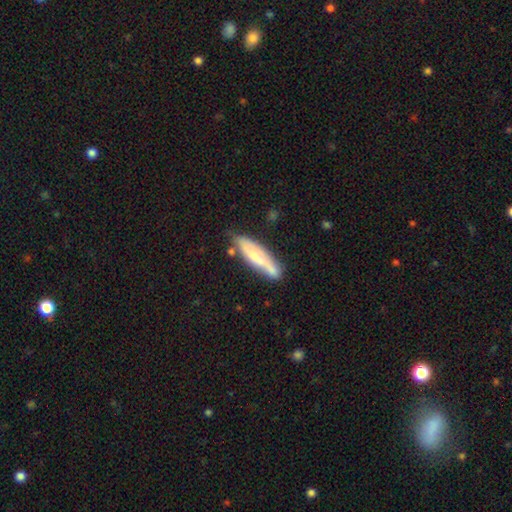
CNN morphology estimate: A smooth galaxy with no disk features (50%).

Vote fractions:
- Smooth or featured? smooth: 50% / featured or disk: 44% / star or artifact: 6%
- Merging? none: 64% / minor disturbance: 22% / merger: 9% / major disturbance: 5%